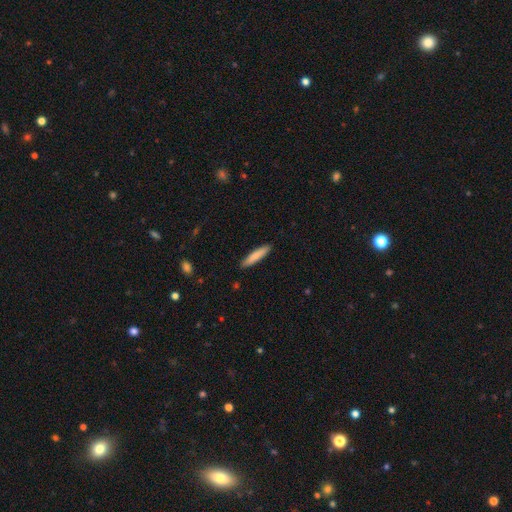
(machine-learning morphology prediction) smooth_or_featured: smooth (p=0.83) [alt: featured or disk p=0.12]
how_rounded: cigar-shaped (p=0.87) [alt: in between p=0.12]
merging: none (p=0.90) [alt: minor disturbance p=0.08]